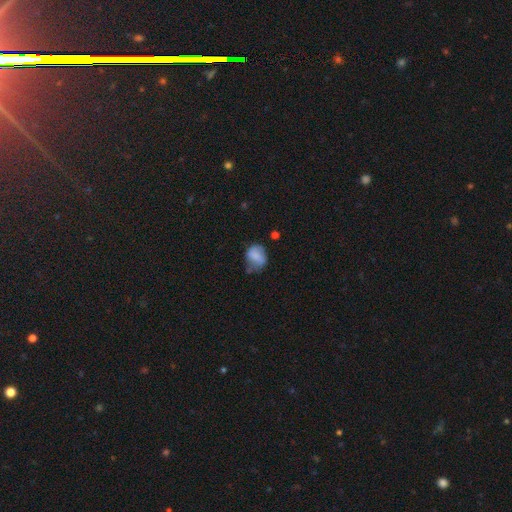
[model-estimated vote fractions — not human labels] Smooth or featured? Predicted: smooth (p=0.70). How rounded? Predicted: in between (p=0.50). Merging? Predicted: none (p=0.44).